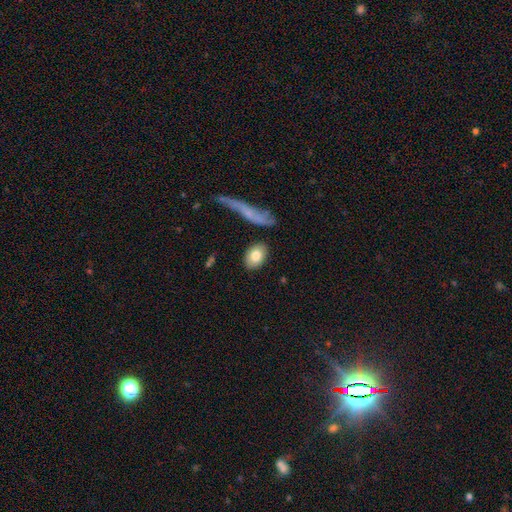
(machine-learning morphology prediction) Smooth or featured?
  - smooth: 80% *
  - featured or disk: 13%
  - star or artifact: 6%
How rounded?
  - in between: 82% *
  - round: 16%
  - cigar-shaped: 3%
Merging?
  - none: 84% *
  - minor disturbance: 9%
  - merger: 3%
  - major disturbance: 3%